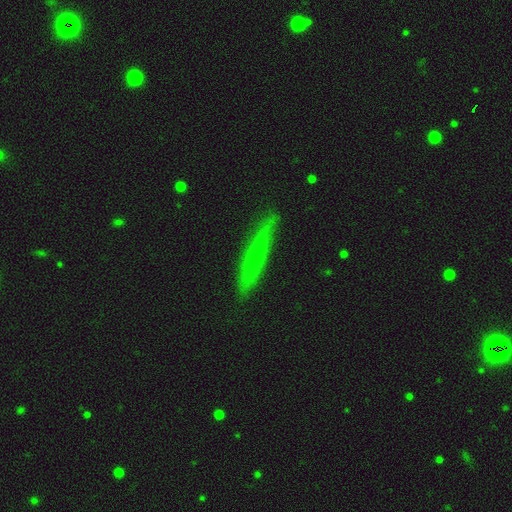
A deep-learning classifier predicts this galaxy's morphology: The model was most divided on "smooth or featured": smooth: 60%, featured or disk: 33%, star or artifact: 7%. More confident: how rounded — cigar-shaped (94%); merging — none (86%).